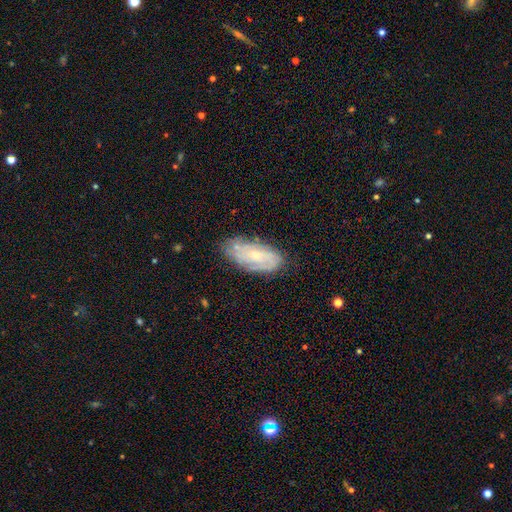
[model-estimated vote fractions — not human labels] Q: Smooth or featured?
A: featured or disk (56%); runner-up: smooth (36%)
Q: Edge-on disk?
A: no (90%); runner-up: yes (10%)
Q: Bar?
A: no (73%); runner-up: weak (23%)
Q: Spiral arms?
A: yes (72%); runner-up: no (28%)
Q: Bulge size?
A: small (69%); runner-up: moderate (24%)
Q: Merging?
A: none (68%); runner-up: minor disturbance (23%)